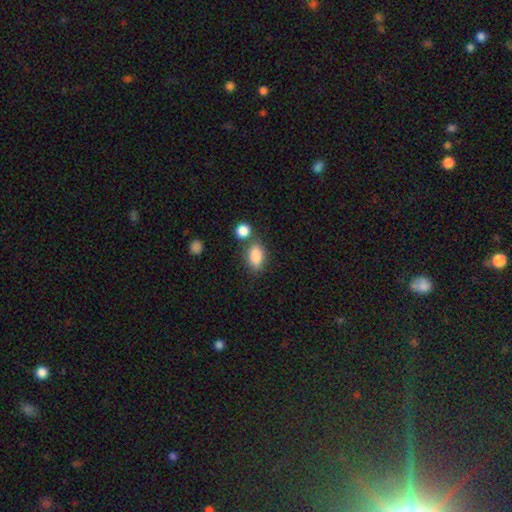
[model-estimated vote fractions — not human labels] smooth-or-featured: smooth: 86% | star or artifact: 8% | featured or disk: 6%
  how-rounded: in between: 86% | round: 10% | cigar-shaped: 4%
  merging: none: 65% | merger: 18% | minor disturbance: 13% | major disturbance: 4%